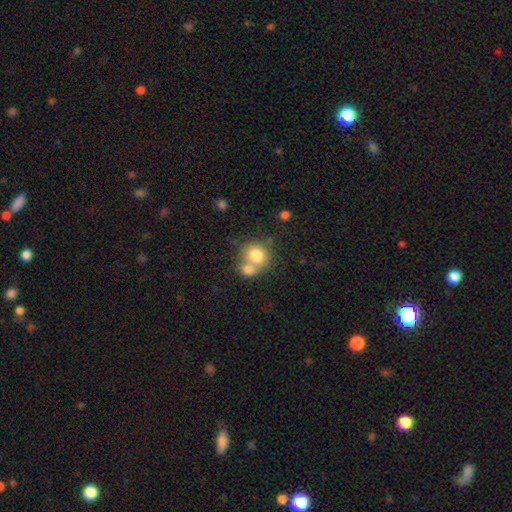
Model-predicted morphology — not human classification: Overall: smooth (76%). How rounded: round (82%). Merging: merger (53%; none 36%).